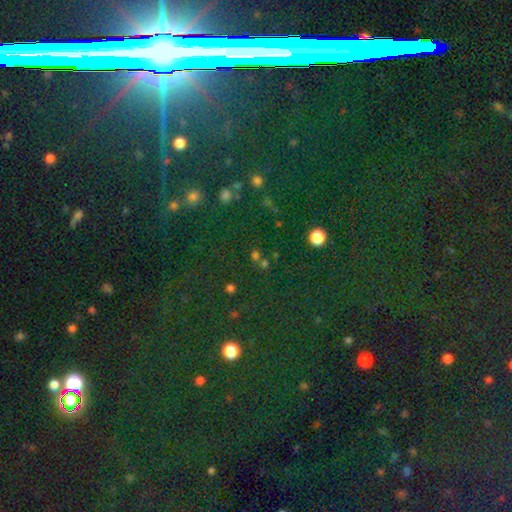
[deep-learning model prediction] Smooth or featured? Predicted: star or artifact (p=0.75).